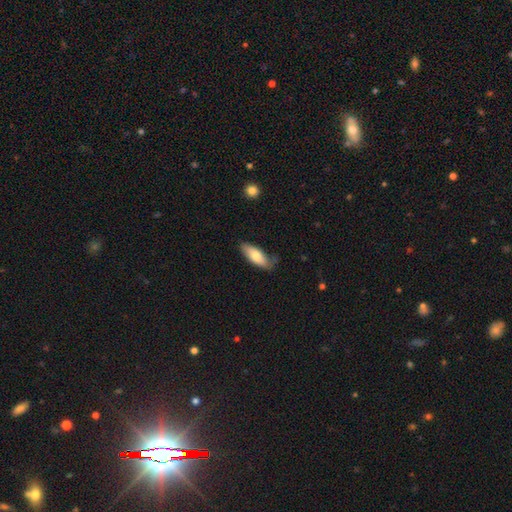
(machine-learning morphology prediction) This appears to be a smooth galaxy with no disk features (76%) that is in between round and cigar-shaped (74%). Merging: none (66%).